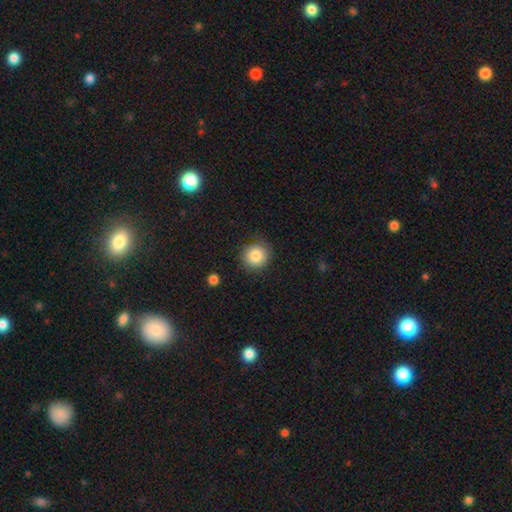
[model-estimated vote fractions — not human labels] Smooth or featured? Predicted: smooth (p=0.84). How rounded? Predicted: round (p=0.92). Merging? Predicted: none (p=0.85).